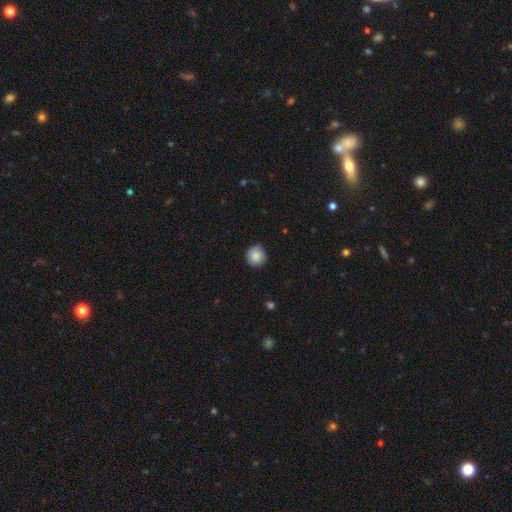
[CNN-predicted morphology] A smooth galaxy with no disk features (84%) that is round (94%).

Vote fractions:
- Smooth or featured? smooth: 84% / featured or disk: 8% / star or artifact: 8%
- How rounded? round: 94% / in between: 5% / cigar-shaped: 1%
- Merging? none: 81% / minor disturbance: 16% / major disturbance: 2% / merger: 1%